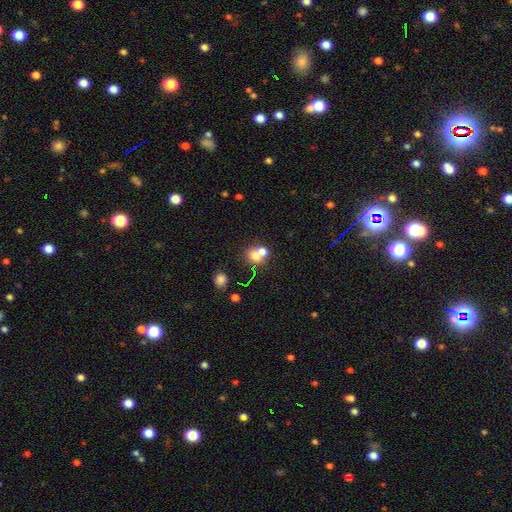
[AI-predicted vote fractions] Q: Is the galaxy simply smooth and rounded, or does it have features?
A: smooth — 68%.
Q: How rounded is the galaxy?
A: round — 62%.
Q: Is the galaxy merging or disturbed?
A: merger — 55%.